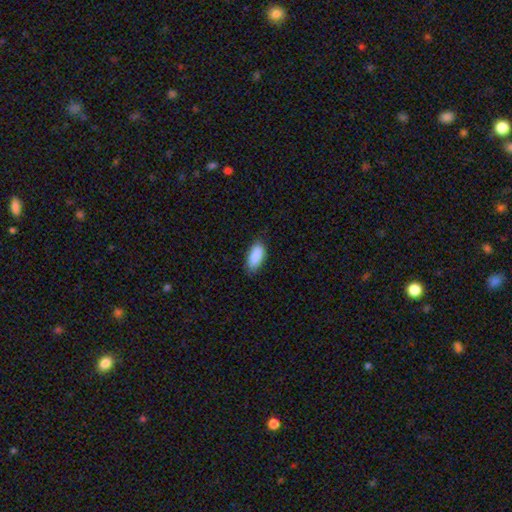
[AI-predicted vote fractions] A smooth galaxy with no disk features (90%) that is in between round and cigar-shaped (90%).

Vote fractions:
- Smooth or featured? smooth: 90% / star or artifact: 6% / featured or disk: 4%
- How rounded? in between: 90% / cigar-shaped: 8% / round: 2%
- Merging? none: 82% / minor disturbance: 14% / major disturbance: 2% / merger: 1%